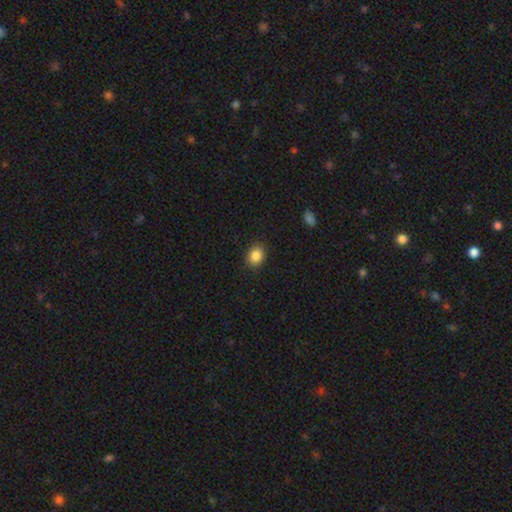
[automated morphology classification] smooth 86%, star or artifact 9%, featured or disk 5%. Down the decision tree: how rounded — round (55%); merging — none (88%).